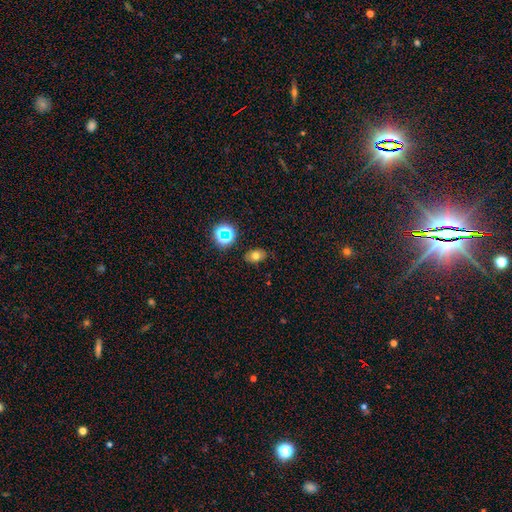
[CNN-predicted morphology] The model was most divided on "smooth or featured": smooth: 68%, star or artifact: 17%, featured or disk: 15%. More confident: merging — none (82%); how rounded — in between (79%).